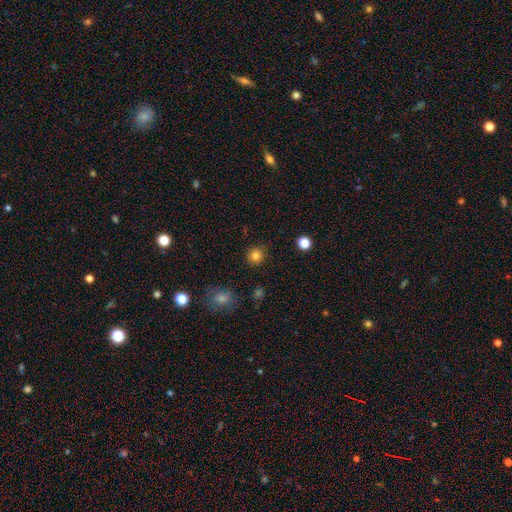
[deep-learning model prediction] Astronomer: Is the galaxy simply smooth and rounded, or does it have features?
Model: smooth — 82%.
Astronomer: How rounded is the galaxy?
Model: round — 89%.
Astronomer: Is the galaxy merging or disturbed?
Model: none — 89%.